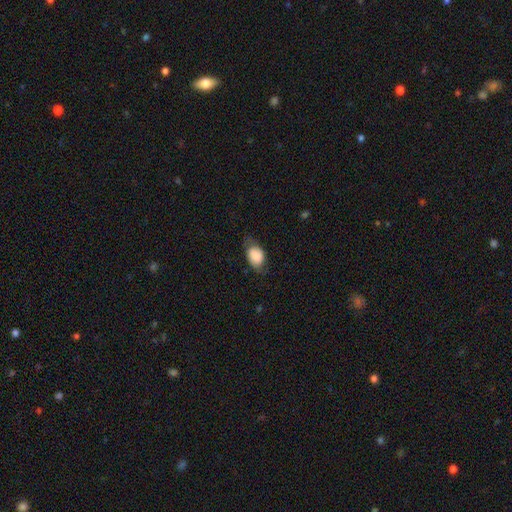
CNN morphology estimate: Q: Smooth or featured?
A: smooth (77%); runner-up: featured or disk (15%)
Q: How rounded?
A: in between (79%); runner-up: round (20%)
Q: Merging?
A: none (61%); runner-up: minor disturbance (26%)